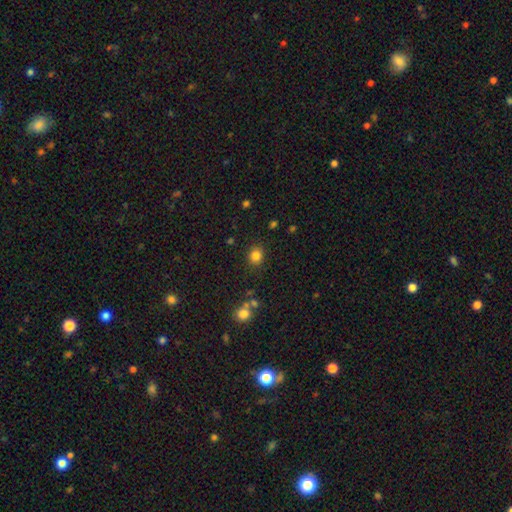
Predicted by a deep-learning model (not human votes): Smooth or featured? Predicted: smooth (p=0.83). How rounded? Predicted: round (p=0.78). Merging? Predicted: none (p=0.87).